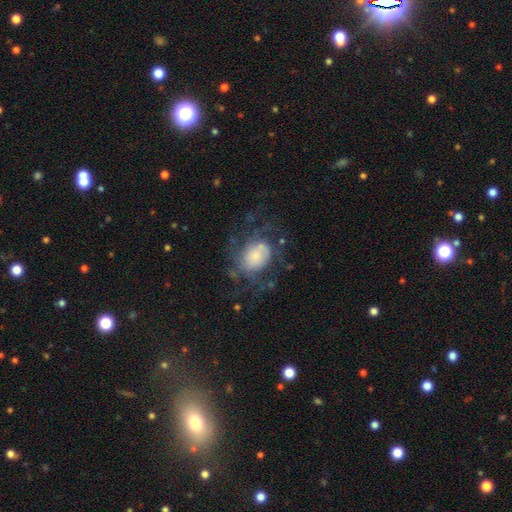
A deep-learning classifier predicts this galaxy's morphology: A featured or disk galaxy (58%) with no bar (78%), spiral arms (75%) and a small central bulge (35%). Merging: none (49%).